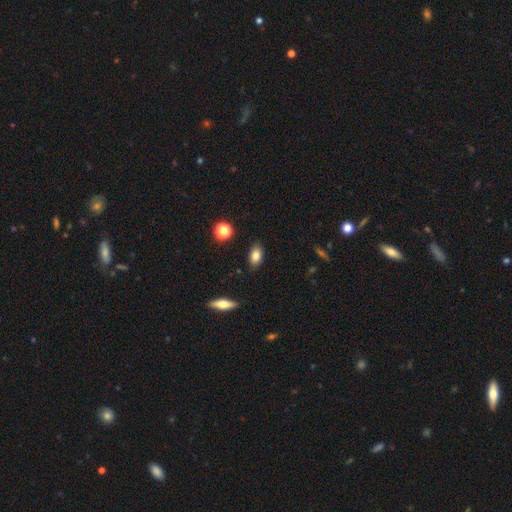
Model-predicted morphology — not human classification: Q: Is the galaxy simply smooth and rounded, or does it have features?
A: smooth — 81%.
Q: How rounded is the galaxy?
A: in between — 85%.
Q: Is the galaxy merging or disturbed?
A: none — 85%.